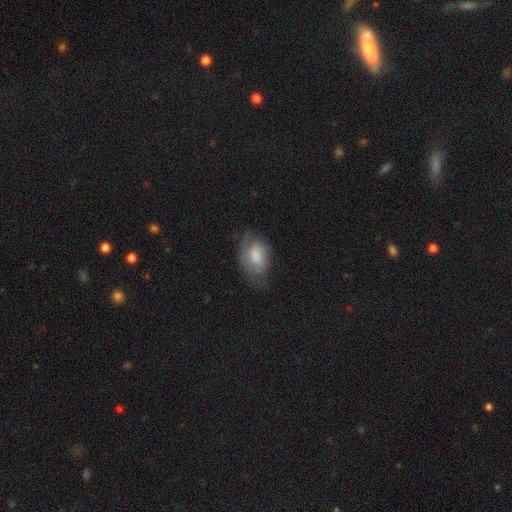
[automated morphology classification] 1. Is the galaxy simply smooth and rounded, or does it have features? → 66% smooth, 27% featured or disk, 7% star or artifact.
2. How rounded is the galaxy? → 89% in between, 9% round, 2% cigar-shaped.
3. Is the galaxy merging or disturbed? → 49% none, 32% minor disturbance, 17% major disturbance, 2% merger.